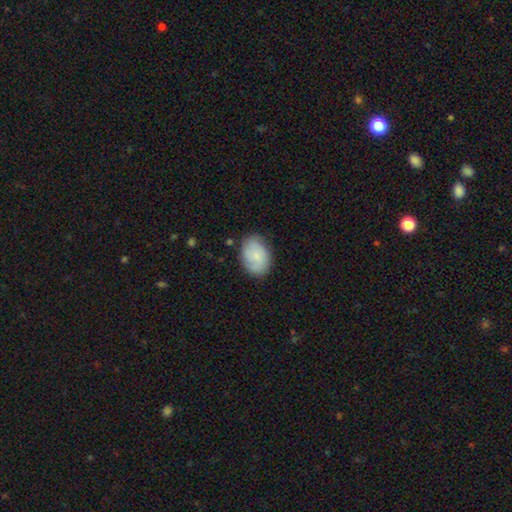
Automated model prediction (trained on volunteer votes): Smooth or featured? smooth (65%)
How rounded? in between (79%)
Merging? none (76%)